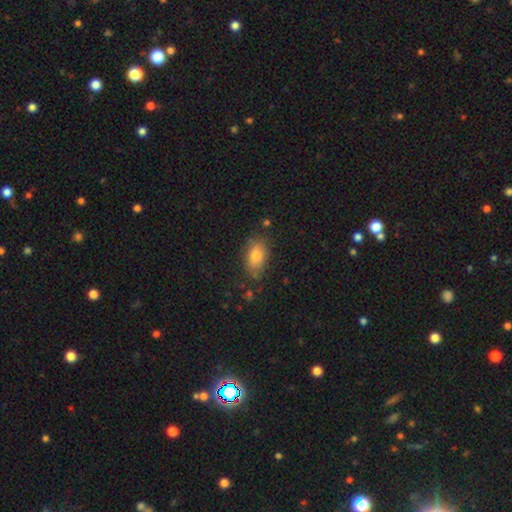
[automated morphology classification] Overall: smooth (81%). How rounded: in between (89%). Merging: none (73%).